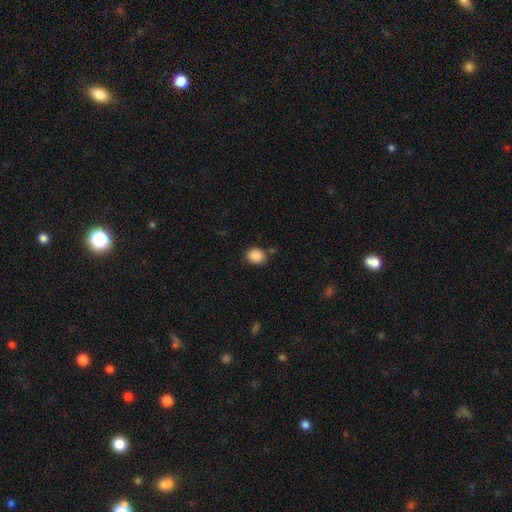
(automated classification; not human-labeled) Smooth or featured: smooth — 88% (star or artifact — 9%)
How rounded: round — 52% (in between — 47%)
Merging: none — 74% (minor disturbance — 17%)